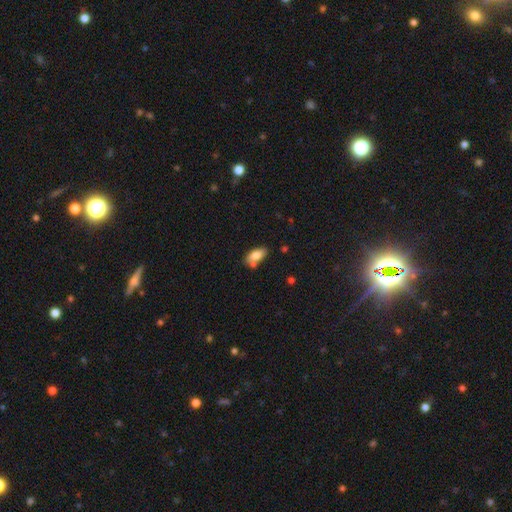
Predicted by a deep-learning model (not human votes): smooth-or-featured: smooth: 80% | featured or disk: 13% | star or artifact: 7%
  how-rounded: in between: 89% | cigar-shaped: 7% | round: 3%
  merging: none: 59% | minor disturbance: 19% | merger: 17% | major disturbance: 5%